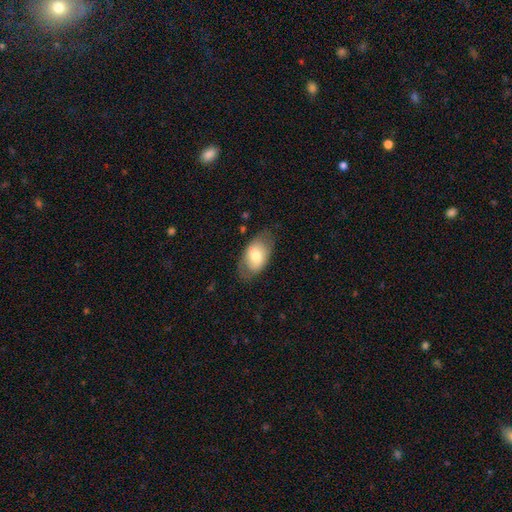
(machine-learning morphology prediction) smooth-or-featured: smooth: 64% | featured or disk: 29% | star or artifact: 6%
  how-rounded: in between: 91% | round: 7% | cigar-shaped: 2%
  merging: none: 71% | minor disturbance: 21% | major disturbance: 8% | merger: 1%